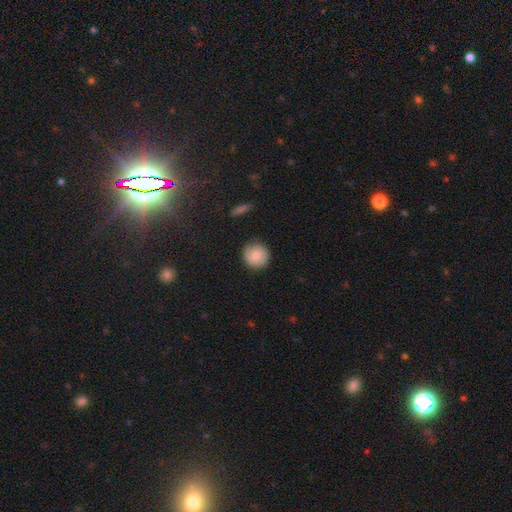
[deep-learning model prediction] smooth-or-featured: smooth: 81% | featured or disk: 12% | star or artifact: 7%
  how-rounded: round: 90% | in between: 9% | cigar-shaped: 1%
  merging: none: 84% | minor disturbance: 12% | major disturbance: 3% | merger: 1%